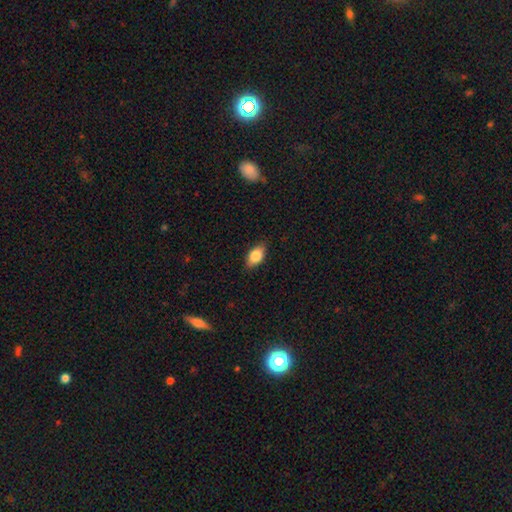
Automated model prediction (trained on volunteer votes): Morphology: type=smooth (80%); roundness=in between (88%); merging=none (84%).